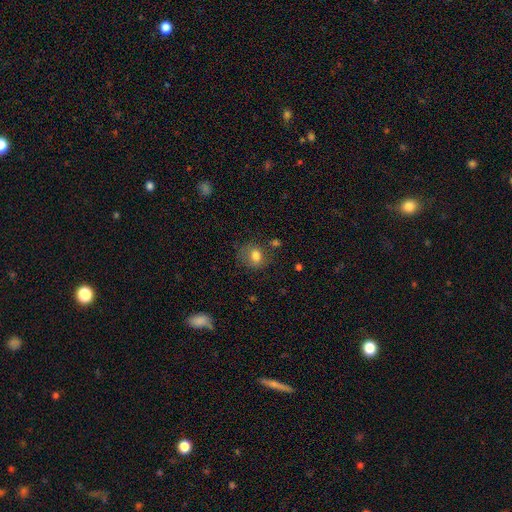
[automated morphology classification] Smooth or featured: smooth — 77% (featured or disk — 13%)
How rounded: round — 60% (in between — 39%)
Merging: none — 67% (minor disturbance — 20%)